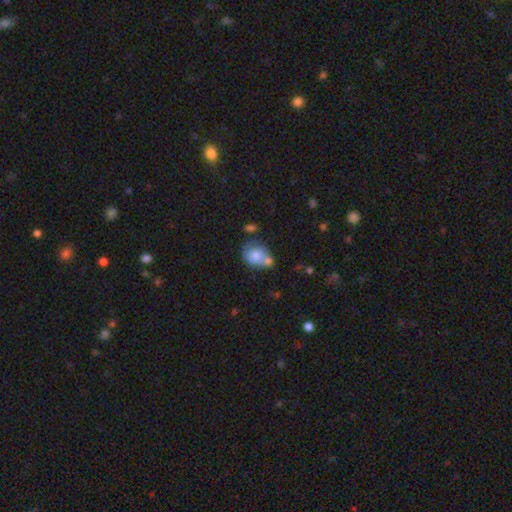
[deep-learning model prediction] smooth-or-featured: smooth: 70% | featured or disk: 22% | star or artifact: 9%
  how-rounded: in between: 50% | round: 48% | cigar-shaped: 1%
  merging: merger: 41% | none: 32% | minor disturbance: 19% | major disturbance: 8%